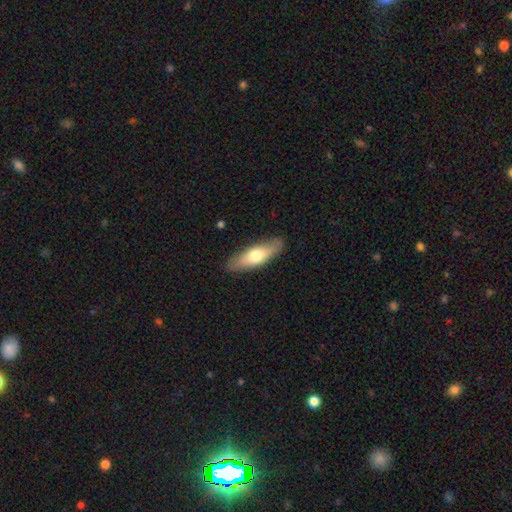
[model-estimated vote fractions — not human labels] This appears to be a smooth galaxy with no disk features (63%) that is in between round and cigar-shaped (50%). Merging: none (86%).